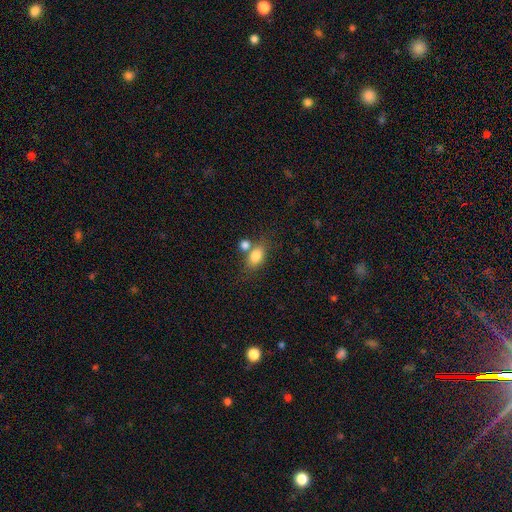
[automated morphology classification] This is clearly a smooth galaxy (82%). How rounded: likely in between (78%). Merging: possibly none (54%).